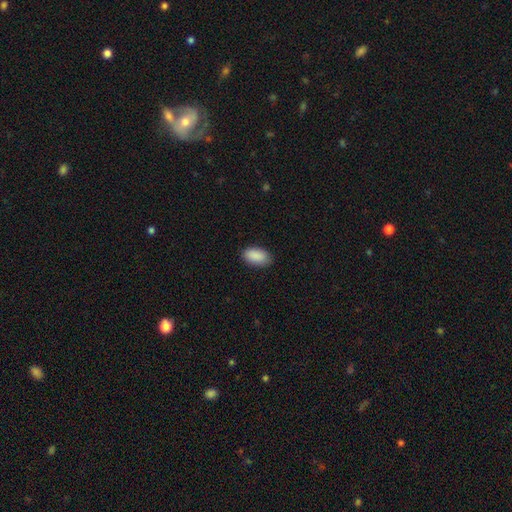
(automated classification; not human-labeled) smooth_or_featured: smooth (p=0.90) [alt: star or artifact p=0.06]
how_rounded: in between (p=0.94) [alt: round p=0.03]
merging: none (p=0.85) [alt: minor disturbance p=0.12]